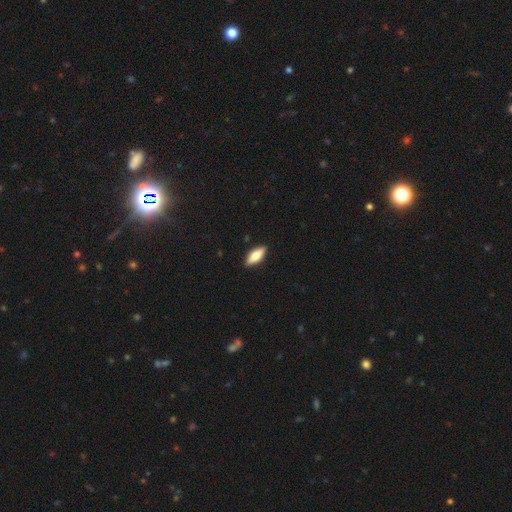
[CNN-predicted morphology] type=smooth (67%); roundness=in between (72%); merging=none (89%).